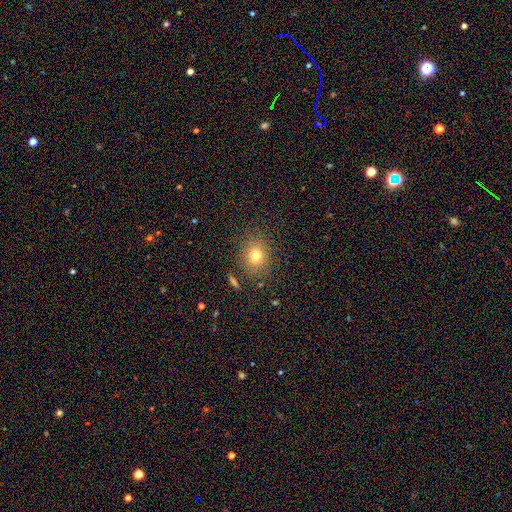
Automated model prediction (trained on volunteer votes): Morphology: type=smooth (74%); roundness=round (61%); merging=none (84%).